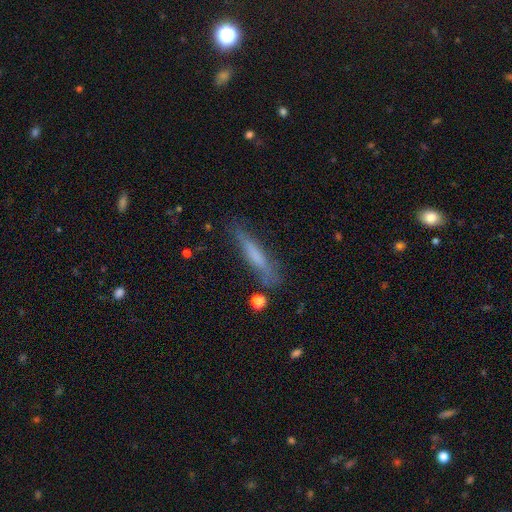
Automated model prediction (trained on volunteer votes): Morphology: type=smooth (60%); roundness=cigar-shaped (89%); merging=none (74%).